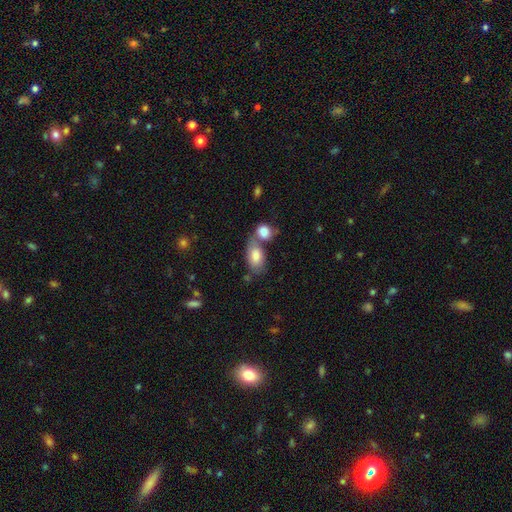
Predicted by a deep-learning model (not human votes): Smooth or featured? Predicted: smooth (p=0.79). How rounded? Predicted: in between (p=0.90). Merging? Predicted: merger (p=0.47).